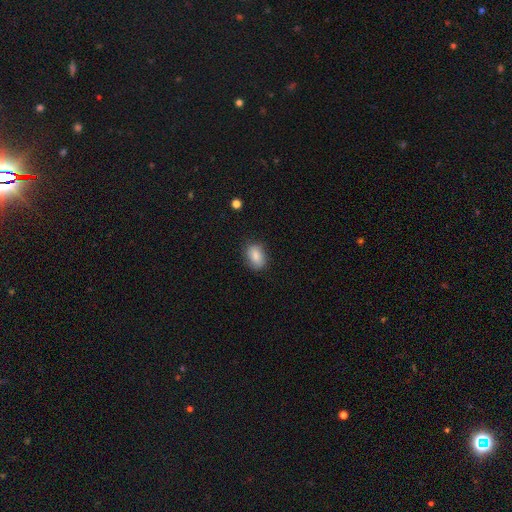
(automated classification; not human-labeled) This is clearly a smooth galaxy (86%). How rounded: clearly in between (82%). Merging: clearly none (82%).